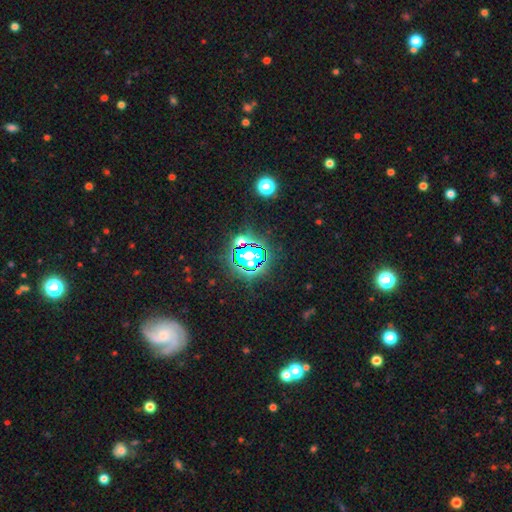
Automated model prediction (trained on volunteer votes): star or artifact 72%, smooth 14%, featured or disk 14%.